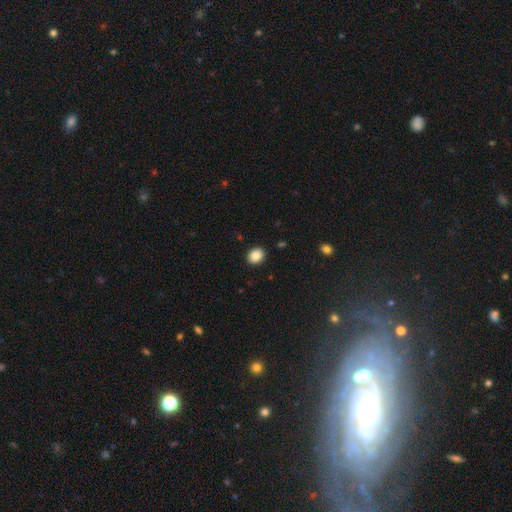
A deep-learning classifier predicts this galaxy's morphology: A smooth galaxy with no disk features (87%) that is round (52%). Merging: none (91%).